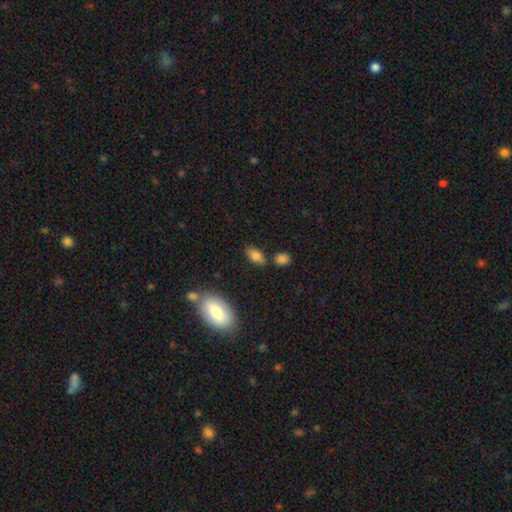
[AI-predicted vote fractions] A smooth galaxy with no disk features (81%) that is in between round and cigar-shaped (89%).

Vote fractions:
- Smooth or featured? smooth: 81% / star or artifact: 10% / featured or disk: 10%
- How rounded? in between: 89% / round: 6% / cigar-shaped: 5%
- Merging? none: 75% / minor disturbance: 13% / merger: 8% / major disturbance: 3%